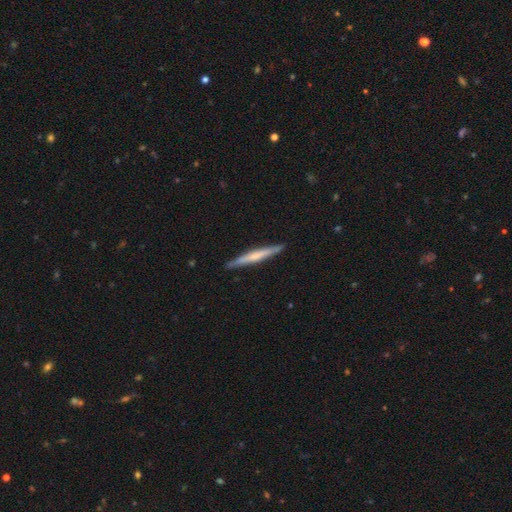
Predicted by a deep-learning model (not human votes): Overall: featured or disk (51%; smooth 44%). Edge-on disk: yes (96%). Merging: none (90%).